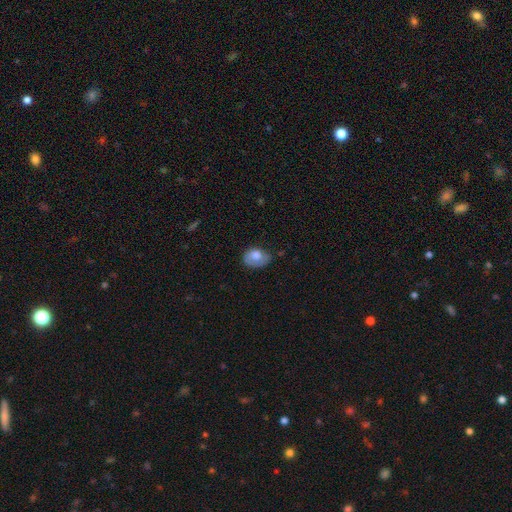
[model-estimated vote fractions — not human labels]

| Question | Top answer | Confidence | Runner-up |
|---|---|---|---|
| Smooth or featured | smooth | 70% | featured or disk (23%) |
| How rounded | in between | 69% | round (30%) |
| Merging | none | 46% | minor disturbance (36%) |